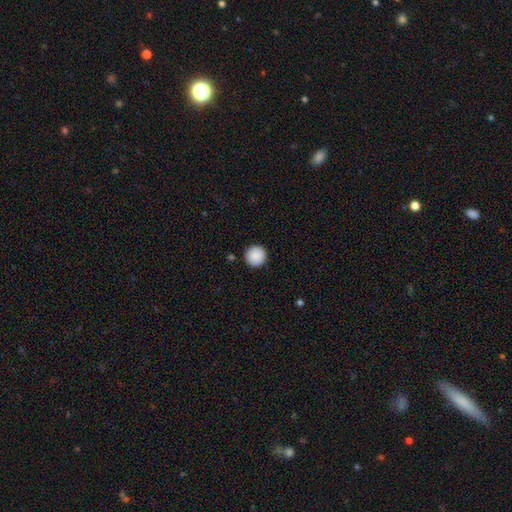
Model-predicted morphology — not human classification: Q: Smooth or featured?
A: smooth (90%); runner-up: star or artifact (7%)
Q: How rounded?
A: round (96%); runner-up: in between (3%)
Q: Merging?
A: none (93%); runner-up: minor disturbance (5%)